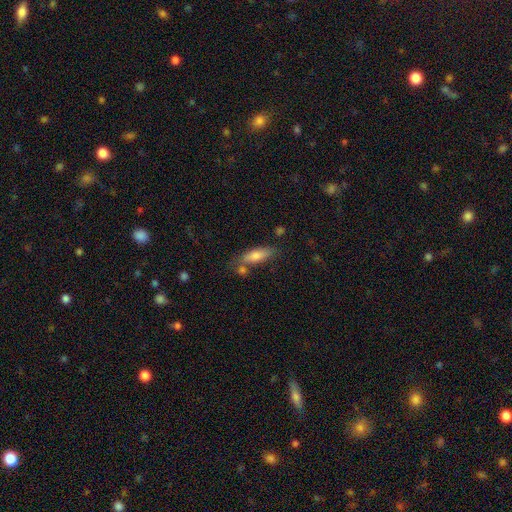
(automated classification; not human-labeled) Morphology: type=smooth (71%); roundness=in between (50%); merging=none (65%).